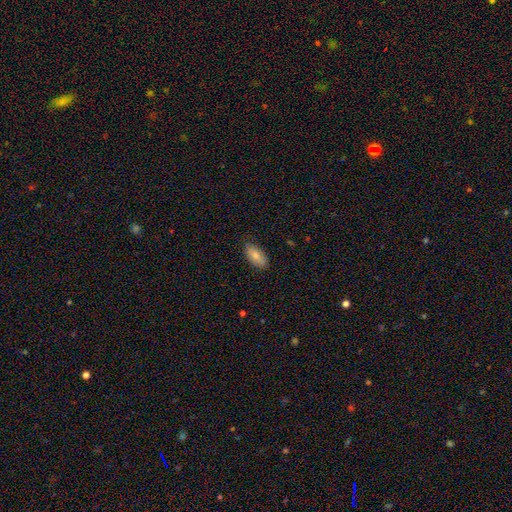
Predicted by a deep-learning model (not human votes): Q: Smooth or featured?
A: smooth (80%); runner-up: featured or disk (13%)
Q: How rounded?
A: in between (92%); runner-up: cigar-shaped (5%)
Q: Merging?
A: none (83%); runner-up: minor disturbance (14%)